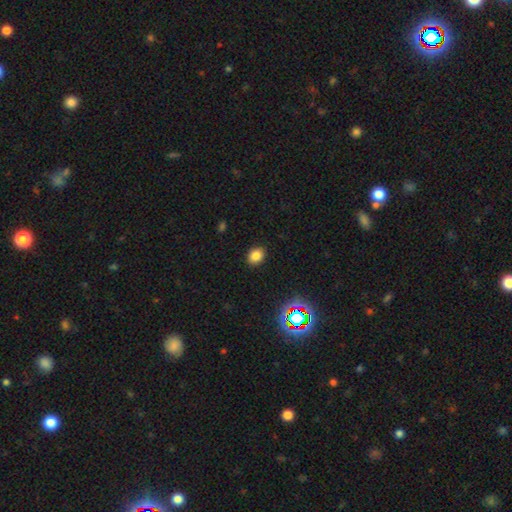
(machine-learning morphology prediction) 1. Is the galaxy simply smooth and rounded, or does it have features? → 82% smooth, 13% star or artifact, 5% featured or disk.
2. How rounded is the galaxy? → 58% in between, 41% round, 1% cigar-shaped.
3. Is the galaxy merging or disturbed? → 89% none, 8% minor disturbance, 2% major disturbance, 1% merger.